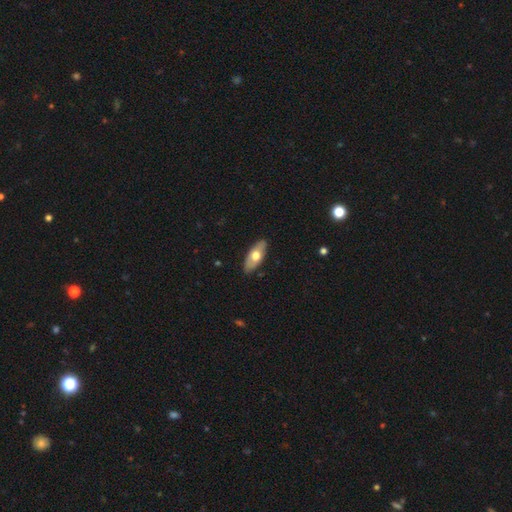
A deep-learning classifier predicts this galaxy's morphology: smooth 59%, featured or disk 36%, star or artifact 5%. Down the decision tree: how rounded — in between (83%); merging — none (87%).